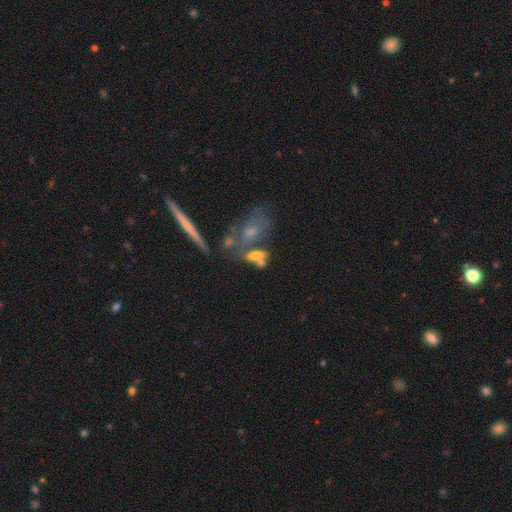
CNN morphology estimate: A smooth galaxy with no disk features (58%) that is in between round and cigar-shaped (64%).

Vote fractions:
- Smooth or featured? smooth: 58% / featured or disk: 29% / star or artifact: 14%
- How rounded? in between: 64% / cigar-shaped: 26% / round: 9%
- Merging? merger: 41% / none: 33% / minor disturbance: 14% / major disturbance: 12%